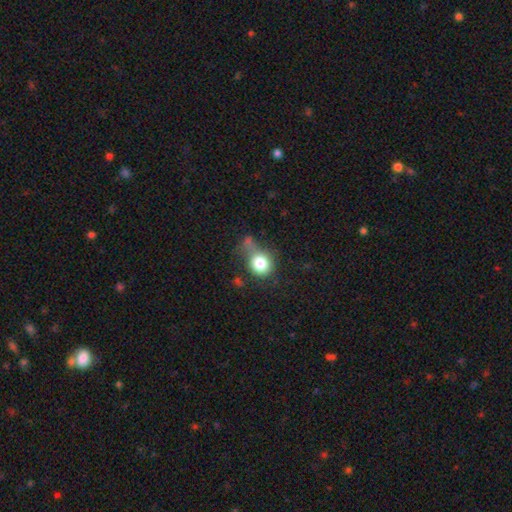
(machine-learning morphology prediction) Smooth or featured? smooth (58%)
How rounded? round (78%)
Merging? none (61%)